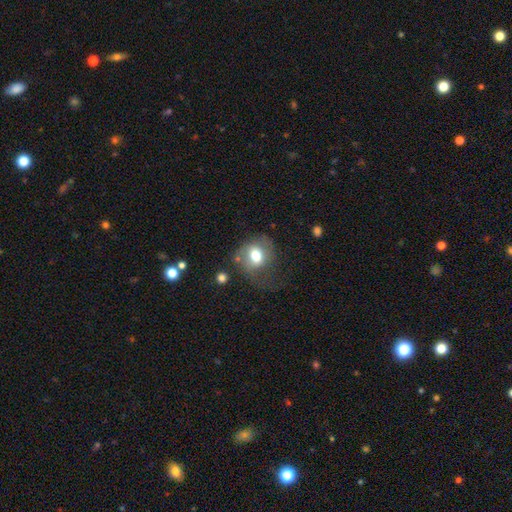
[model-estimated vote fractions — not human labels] Morphology: type=smooth (67%); roundness=round (61%); merging=none (42%).